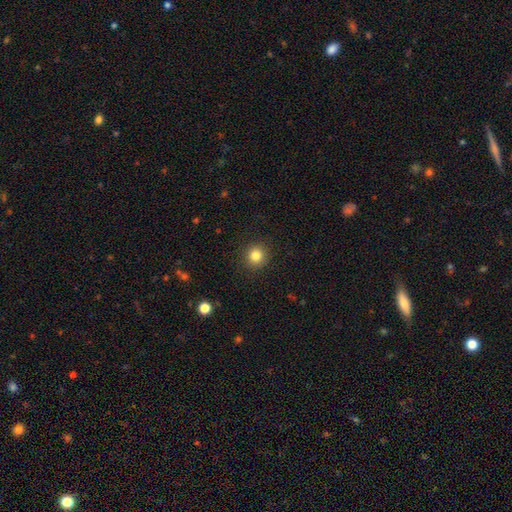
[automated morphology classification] Smooth or featured? Predicted: smooth (p=0.84). How rounded? Predicted: round (p=0.92). Merging? Predicted: none (p=0.91).